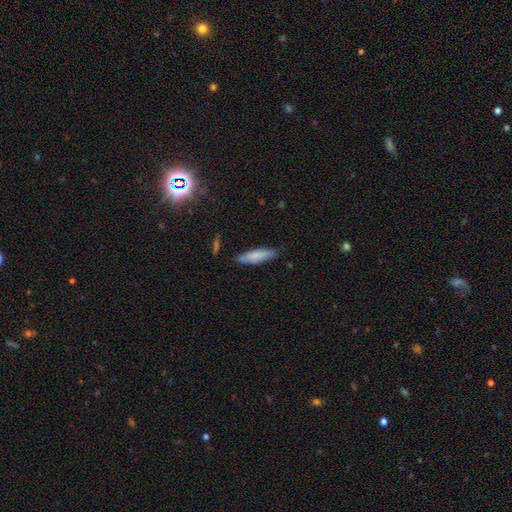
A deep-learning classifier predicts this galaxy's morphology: A smooth galaxy with no disk features (77%) that is cigar-shaped (70%).

Vote fractions:
- Smooth or featured? smooth: 77% / featured or disk: 16% / star or artifact: 6%
- How rounded? cigar-shaped: 70% / in between: 29% / round: 2%
- Merging? none: 78% / minor disturbance: 17% / major disturbance: 3% / merger: 3%